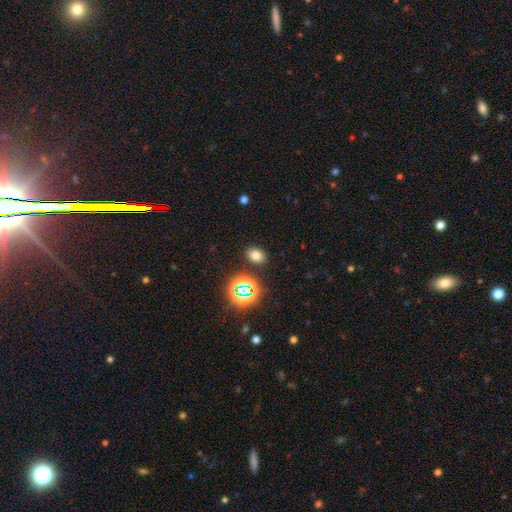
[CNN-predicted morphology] A smooth galaxy with no disk features (71%) that is in between round and cigar-shaped (70%).

Vote fractions:
- Smooth or featured? smooth: 71% / star or artifact: 22% / featured or disk: 7%
- How rounded? in between: 70% / round: 29% / cigar-shaped: 1%
- Merging? none: 86% / minor disturbance: 8% / major disturbance: 3% / merger: 3%